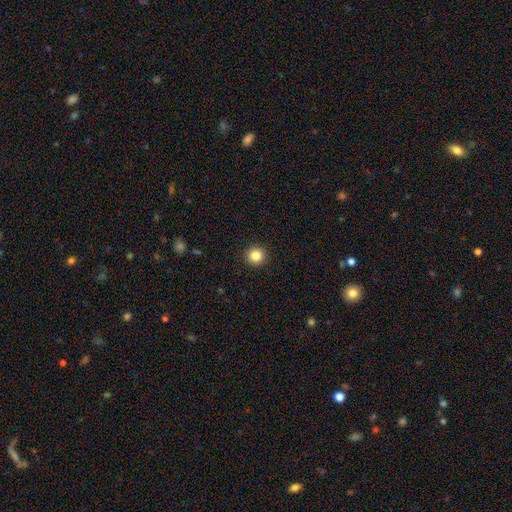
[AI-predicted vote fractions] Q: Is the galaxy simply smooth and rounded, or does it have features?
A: smooth — 84%.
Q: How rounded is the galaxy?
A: round — 95%.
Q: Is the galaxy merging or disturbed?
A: none — 93%.